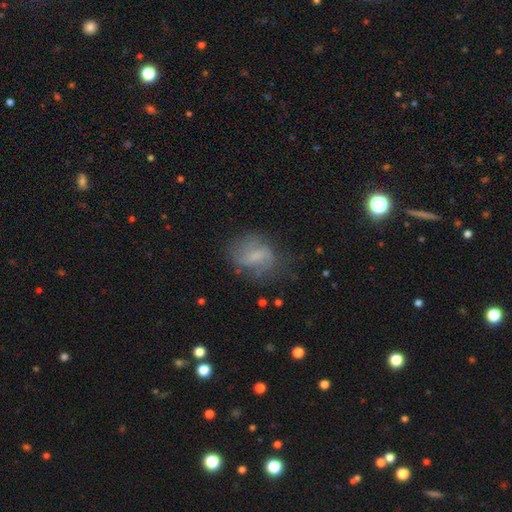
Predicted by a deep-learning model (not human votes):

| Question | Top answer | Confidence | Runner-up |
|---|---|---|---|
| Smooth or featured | featured or disk | 54% | smooth (36%) |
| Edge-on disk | no | 96% | yes (4%) |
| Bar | weak | 50% | no (33%) |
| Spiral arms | yes | 74% | no (26%) |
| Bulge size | none | 37% | small (35%) |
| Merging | none | 56% | minor disturbance (24%) |